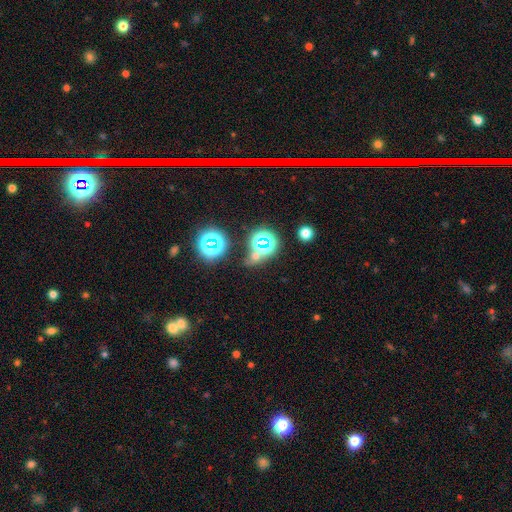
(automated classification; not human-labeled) Smooth or featured: star or artifact — 58% (smooth — 32%)